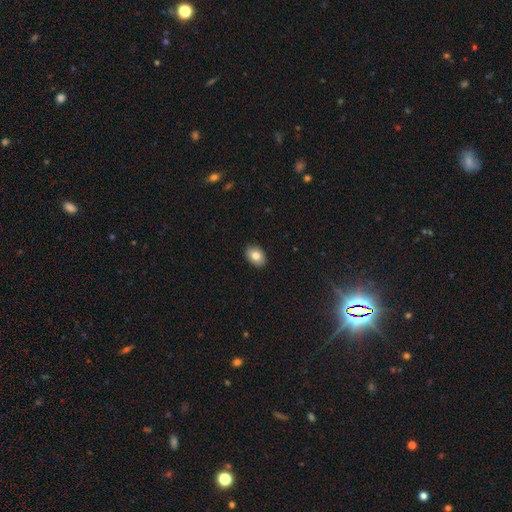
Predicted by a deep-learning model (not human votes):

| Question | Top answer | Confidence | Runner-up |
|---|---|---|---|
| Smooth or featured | smooth | 81% | featured or disk (11%) |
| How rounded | in between | 75% | round (24%) |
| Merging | none | 90% | minor disturbance (7%) |